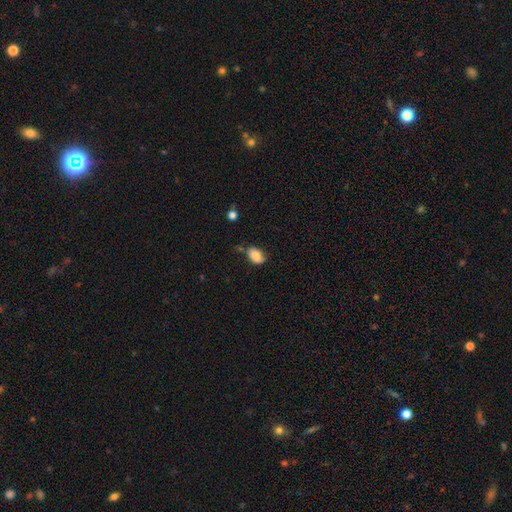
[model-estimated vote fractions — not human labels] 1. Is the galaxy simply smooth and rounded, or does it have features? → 86% smooth, 8% star or artifact, 6% featured or disk.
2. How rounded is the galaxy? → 89% in between, 10% round, 1% cigar-shaped.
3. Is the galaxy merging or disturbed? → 59% none, 27% minor disturbance, 7% merger, 6% major disturbance.